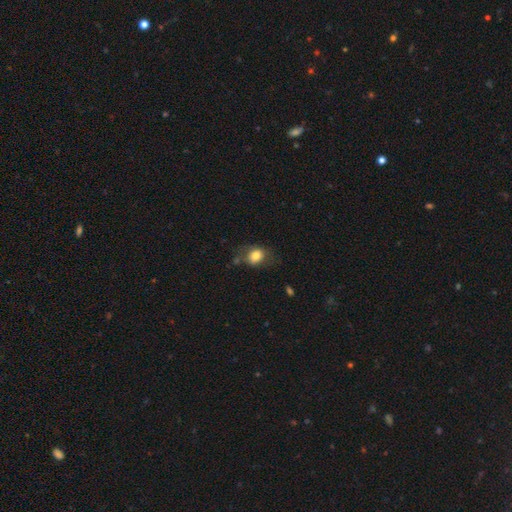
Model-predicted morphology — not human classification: smooth_or_featured: smooth (p=0.78) [alt: featured or disk p=0.13]
how_rounded: in between (p=0.57) [alt: round p=0.42]
merging: none (p=0.56) [alt: minor disturbance p=0.26]